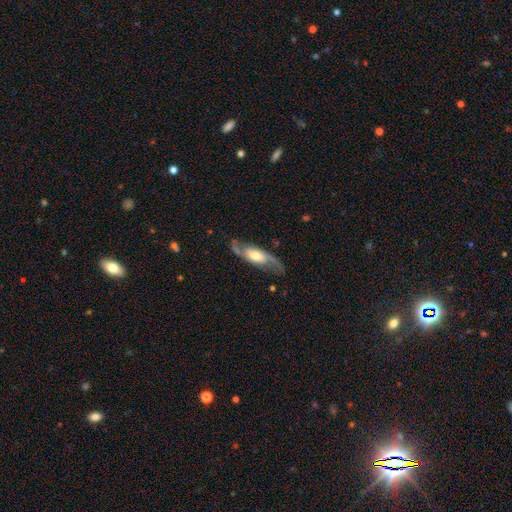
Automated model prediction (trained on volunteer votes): Smooth or featured? featured or disk (83%)
Edge-on disk? no (88%)
Bar? no (49%)
Spiral arms? yes (94%)
Spiral winding? loose (43%, tied with medium)
Spiral arm count? 2 (90%)
Bulge size? moderate (60%)
Merging? none (75%)